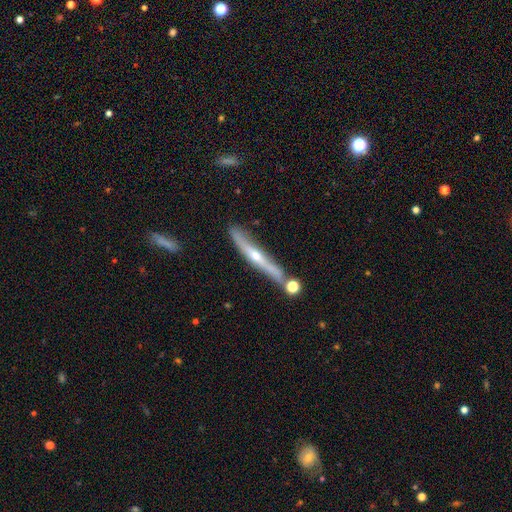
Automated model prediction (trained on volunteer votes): Overall: featured or disk (70%). Edge-on disk: yes (93%). Edge-on bulge: rounded (80%). Merging: none (73%).